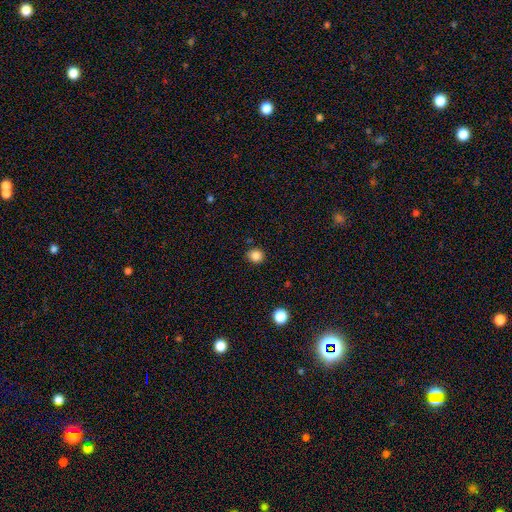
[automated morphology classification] Smooth or featured? Predicted: smooth (p=0.85). How rounded? Predicted: round (p=0.84). Merging? Predicted: none (p=0.87).